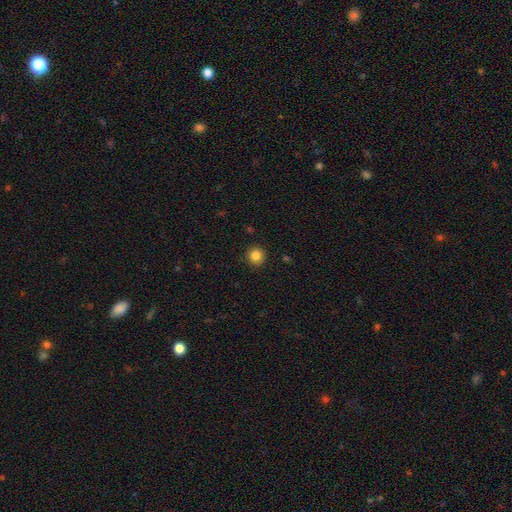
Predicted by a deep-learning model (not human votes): smooth-or-featured: smooth: 84% | star or artifact: 11% | featured or disk: 5%
  how-rounded: round: 93% | in between: 6% | cigar-shaped: 1%
  merging: none: 91% | minor disturbance: 6% | major disturbance: 2% | merger: 1%